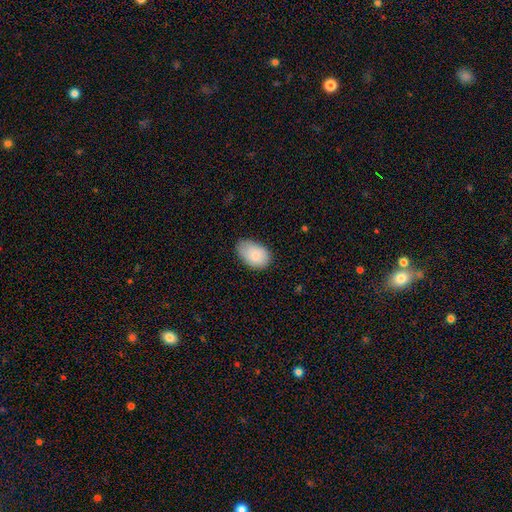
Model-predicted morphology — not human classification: Overall: smooth (84%). How rounded: in between (89%). Merging: none (64%; minor disturbance 30%).